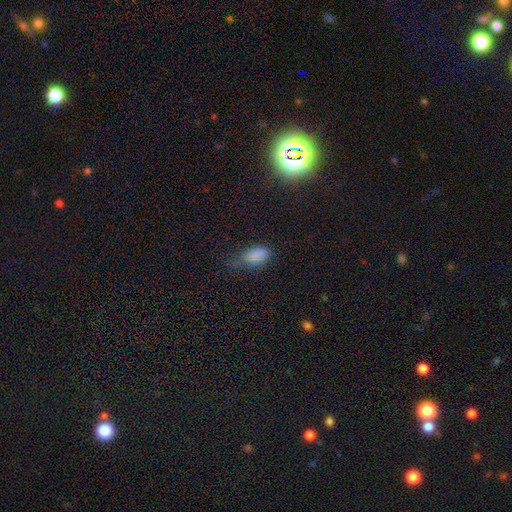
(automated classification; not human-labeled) Smooth or featured?
  - smooth: 66% *
  - star or artifact: 27%
  - featured or disk: 7%
How rounded?
  - in between: 89% *
  - round: 6%
  - cigar-shaped: 5%
Merging?
  - none: 63% *
  - minor disturbance: 24%
  - major disturbance: 9%
  - merger: 3%